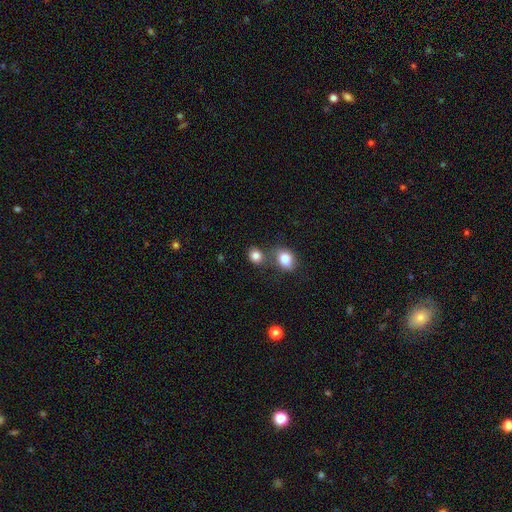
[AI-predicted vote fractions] A smooth galaxy with no disk features (83%) that is round (64%).

Vote fractions:
- Smooth or featured? smooth: 83% / star or artifact: 11% / featured or disk: 6%
- How rounded? round: 64% / in between: 35% / cigar-shaped: 1%
- Merging? none: 56% / merger: 29% / minor disturbance: 11% / major disturbance: 4%